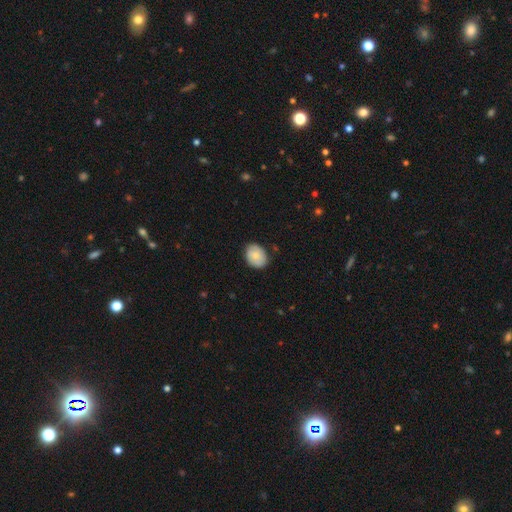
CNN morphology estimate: This is likely a smooth galaxy (78%). How rounded: possibly in between (60%). Merging: likely none (79%).